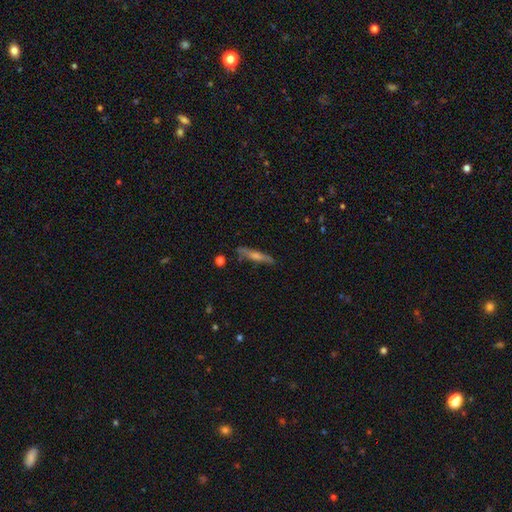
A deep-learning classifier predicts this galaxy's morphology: type=featured or disk (57%); edge-on=yes (92%); edge-on bulge=rounded (77%); merging=none (82%).